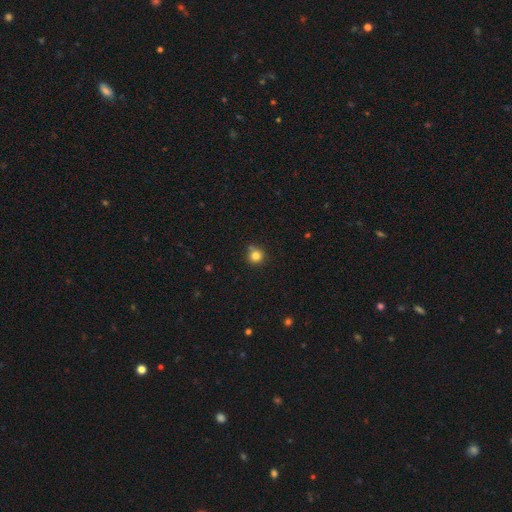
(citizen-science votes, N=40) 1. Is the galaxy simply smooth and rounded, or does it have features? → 80% smooth, 10% featured or disk, 10% star or artifact.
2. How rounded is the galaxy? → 97% round, 3% in between, 0% cigar-shaped.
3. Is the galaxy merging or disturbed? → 75% none, 22% minor disturbance, 3% merger, 0% major disturbance.